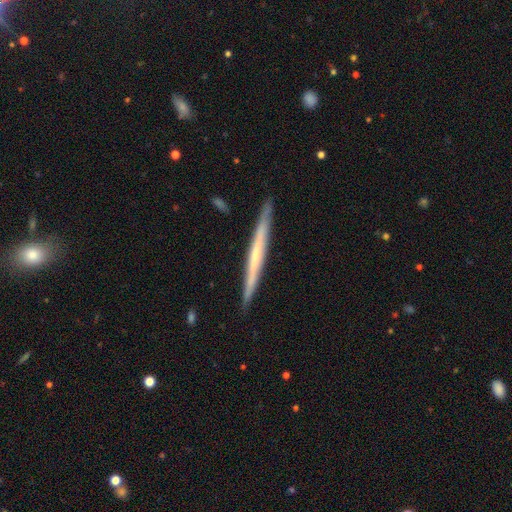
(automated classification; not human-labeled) The model was most divided on "smooth or featured": featured or disk: 60%, smooth: 34%, star or artifact: 5%. More confident: edge-on disk — yes (97%); merging — none (91%); edge-on bulge — none (72%).